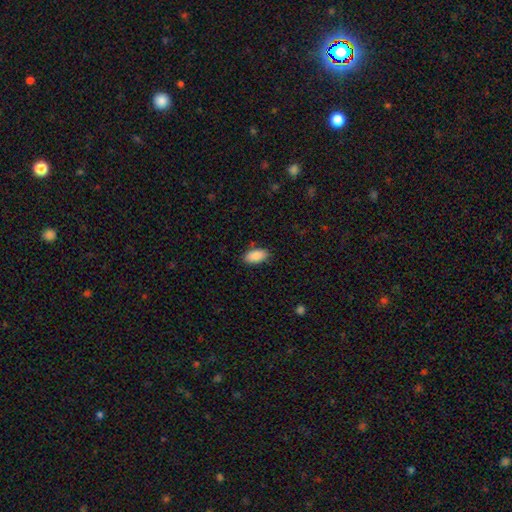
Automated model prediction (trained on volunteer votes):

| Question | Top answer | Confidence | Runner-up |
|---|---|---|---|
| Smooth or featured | smooth | 89% | star or artifact (7%) |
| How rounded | in between | 94% | cigar-shaped (3%) |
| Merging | none | 84% | minor disturbance (12%) |